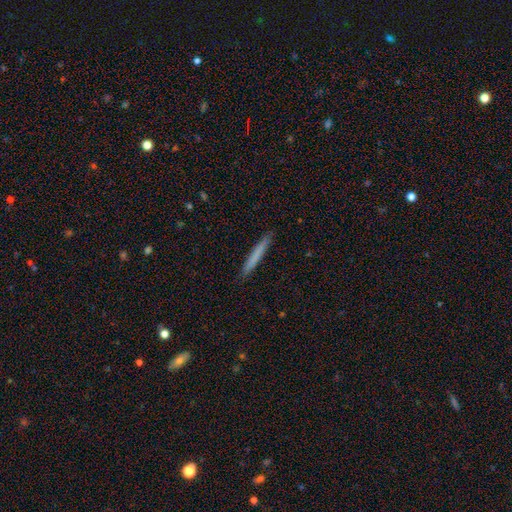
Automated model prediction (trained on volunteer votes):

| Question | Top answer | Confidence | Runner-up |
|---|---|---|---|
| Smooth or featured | smooth | 74% | featured or disk (21%) |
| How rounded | cigar-shaped | 97% | in between (2%) |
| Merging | none | 92% | minor disturbance (6%) |